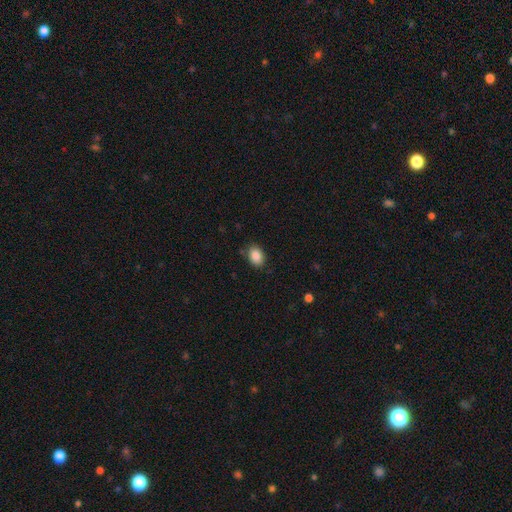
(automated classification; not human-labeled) A smooth galaxy with no disk features (88%) that is in between round and cigar-shaped (76%). Merging: none (84%).